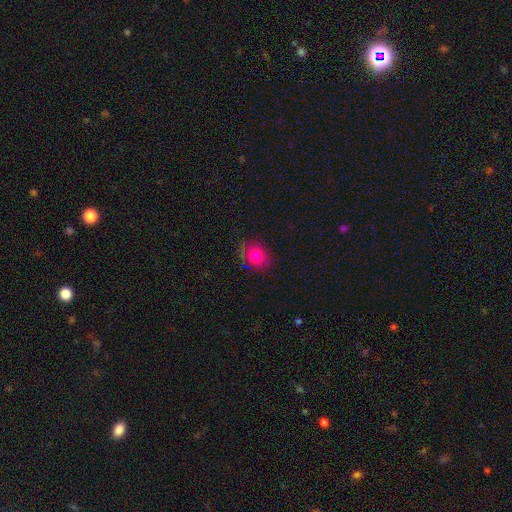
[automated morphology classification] Smooth or featured? smooth (80%)
How rounded? round (58%)
Merging? none (80%)